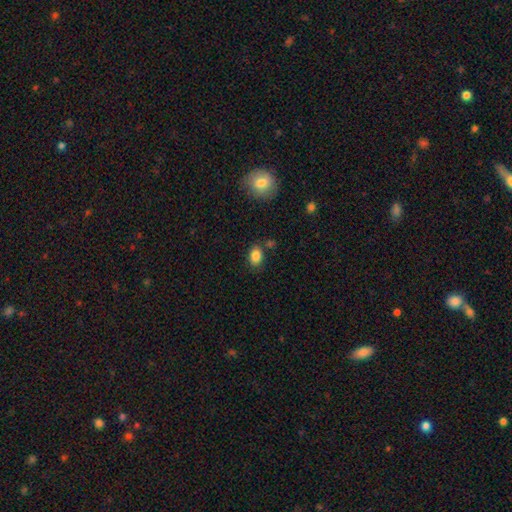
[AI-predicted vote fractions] smooth 85%, star or artifact 9%, featured or disk 5%. Down the decision tree: how rounded — in between (77%); merging — none (77%).